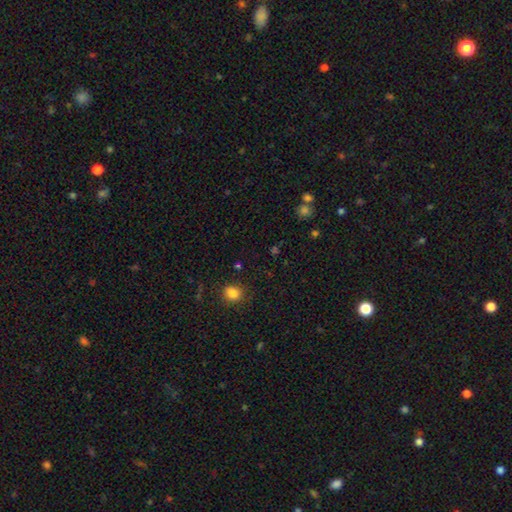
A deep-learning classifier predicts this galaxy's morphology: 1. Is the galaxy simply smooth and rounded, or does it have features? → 57% smooth, 36% star or artifact, 6% featured or disk.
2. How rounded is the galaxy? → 72% round, 26% in between, 2% cigar-shaped.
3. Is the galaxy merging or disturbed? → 81% none, 10% minor disturbance, 5% major disturbance, 4% merger.